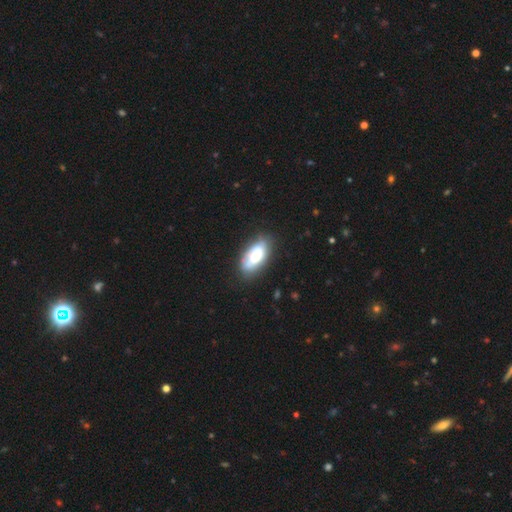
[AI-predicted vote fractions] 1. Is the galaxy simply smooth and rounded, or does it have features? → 67% smooth, 26% featured or disk, 7% star or artifact.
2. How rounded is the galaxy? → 89% in between, 8% cigar-shaped, 3% round.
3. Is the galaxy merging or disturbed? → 71% none, 21% minor disturbance, 5% major disturbance, 2% merger.